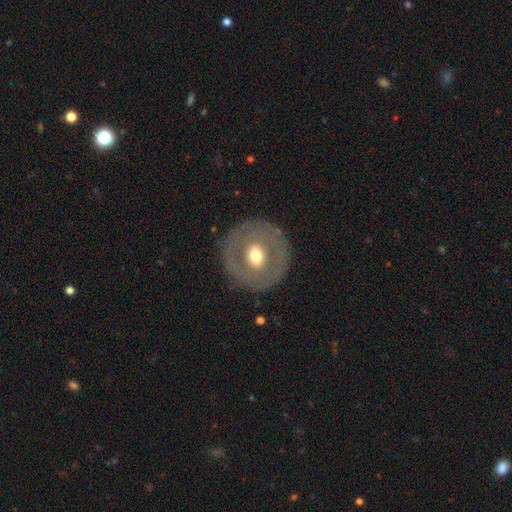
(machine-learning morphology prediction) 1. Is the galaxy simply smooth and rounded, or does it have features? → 53% featured or disk, 41% smooth, 6% star or artifact.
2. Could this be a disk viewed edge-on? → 94% no, 6% yes.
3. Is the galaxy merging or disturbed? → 85% none, 9% minor disturbance, 5% major disturbance, 1% merger.